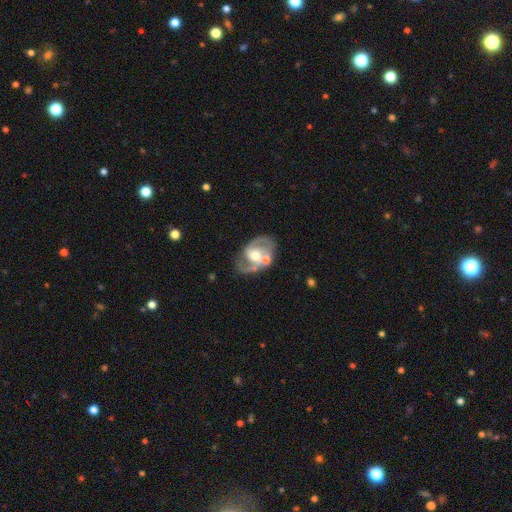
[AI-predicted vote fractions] The model was most divided on "bar": no: 48%, weak: 38%, strong: 15%. More confident: edge-on disk — no (97%); spiral arms — yes (91%); spiral arm count — 2 (85%); smooth or featured — featured or disk (85%); bulge size — moderate (70%); merging — none (63%); spiral winding — medium (55%).